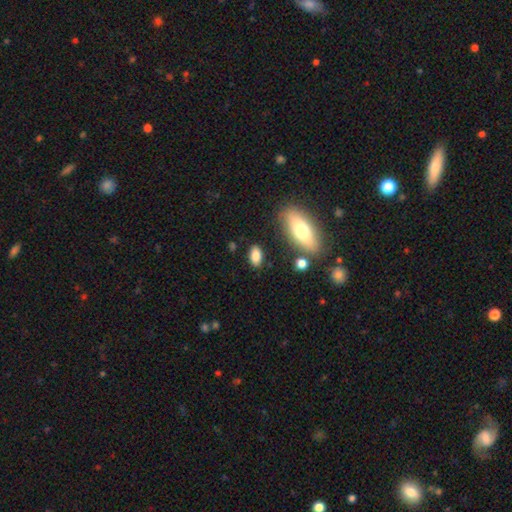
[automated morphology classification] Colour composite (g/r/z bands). It shows a smooth galaxy with no disk features (83%) that is in between round and cigar-shaped (87%). Merging: none (82%).